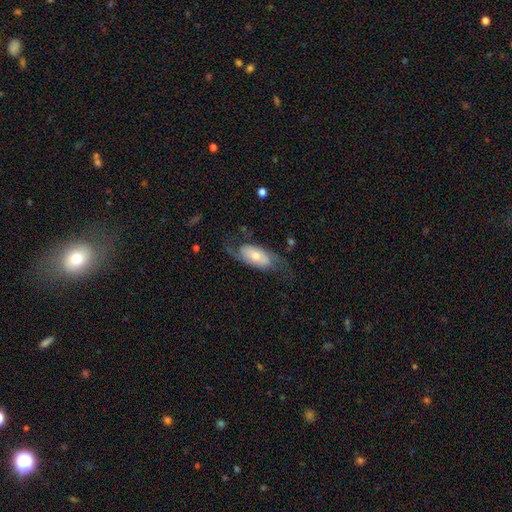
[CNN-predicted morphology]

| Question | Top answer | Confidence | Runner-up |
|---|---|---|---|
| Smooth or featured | featured or disk | 61% | smooth (32%) |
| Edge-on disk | no | 89% | yes (11%) |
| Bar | no | 61% | weak (27%) |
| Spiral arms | yes | 84% | no (16%) |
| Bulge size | moderate | 46% | small (41%) |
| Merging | none | 58% | minor disturbance (20%) |